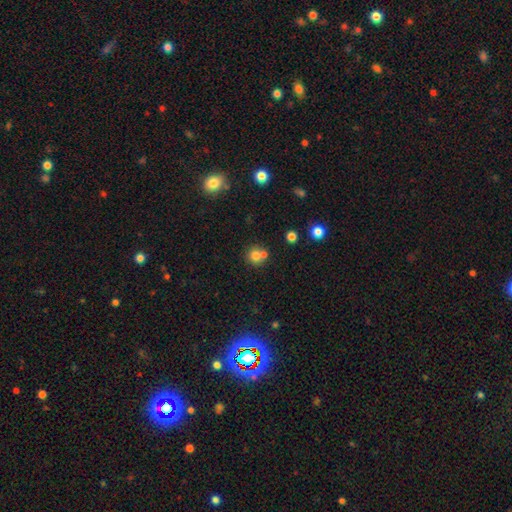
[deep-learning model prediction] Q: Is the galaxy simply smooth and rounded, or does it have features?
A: smooth — 76%.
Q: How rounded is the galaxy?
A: round — 88%.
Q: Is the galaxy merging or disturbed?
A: none — 56%.